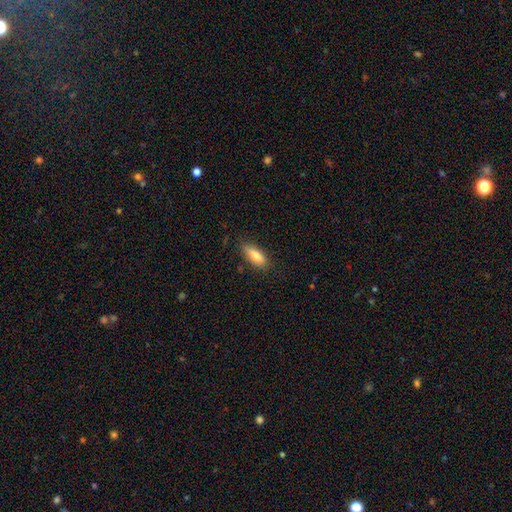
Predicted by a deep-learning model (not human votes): Overall: smooth (80%). How rounded: in between (65%; cigar-shaped 32%). Merging: none (80%).